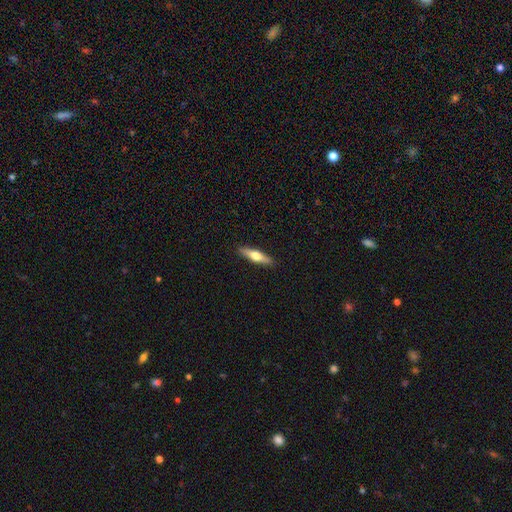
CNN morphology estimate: smooth-or-featured: smooth: 49% | featured or disk: 46% | star or artifact: 5%
  merging: none: 91% | minor disturbance: 7% | major disturbance: 2% | merger: 1%